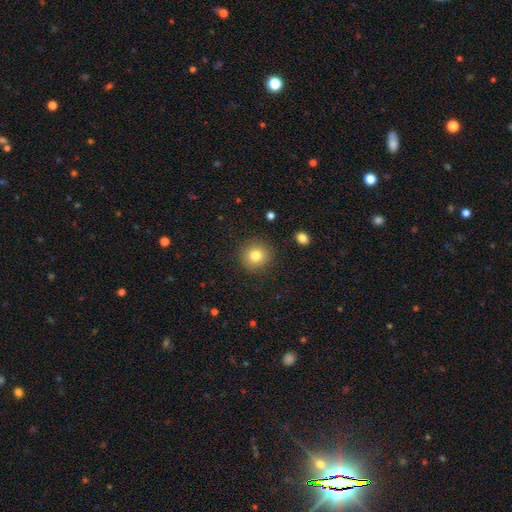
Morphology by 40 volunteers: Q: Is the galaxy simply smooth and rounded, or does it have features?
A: smooth — 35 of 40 (88%).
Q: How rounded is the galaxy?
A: round — 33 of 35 (94%).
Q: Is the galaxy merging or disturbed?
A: none — 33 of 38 (87%).